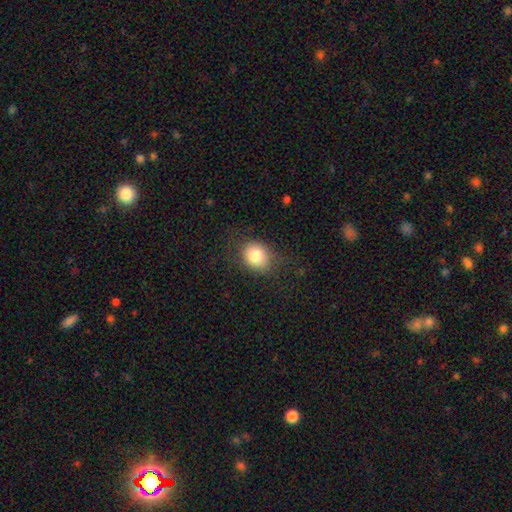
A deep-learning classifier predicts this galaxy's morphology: Overall: smooth (81%). How rounded: round (60%; in between 39%). Merging: none (76%).